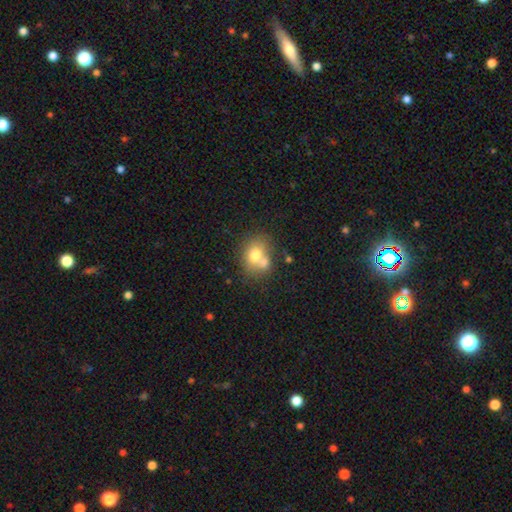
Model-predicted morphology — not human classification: Overall: smooth (70%). How rounded: round (54%; in between 45%). Merging: merger (43%; none 40%).